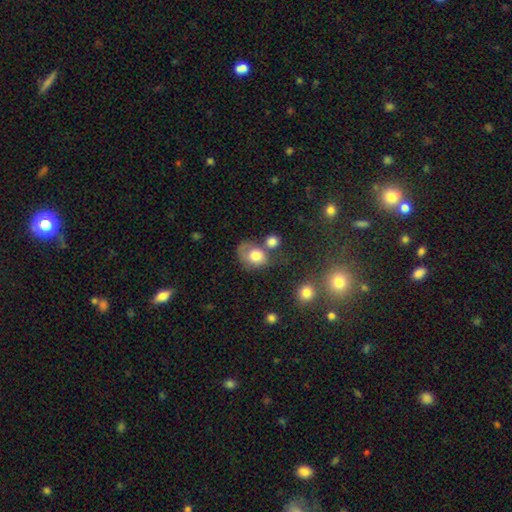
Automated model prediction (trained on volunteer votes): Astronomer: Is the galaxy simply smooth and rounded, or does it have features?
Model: smooth — 72%.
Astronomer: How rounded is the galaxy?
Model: in between — 52% (runner-up: round, 46%).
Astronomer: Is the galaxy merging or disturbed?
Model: none — 36% (runner-up: merger, 26%).